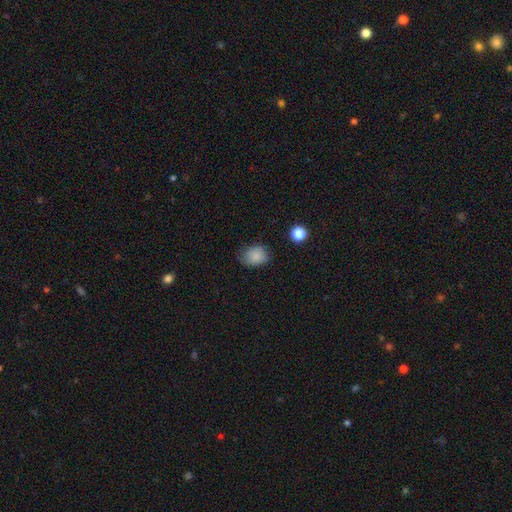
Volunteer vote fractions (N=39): Smooth or featured: smooth — 90% (featured or disk — 5%)
How rounded: in between — 54% (round — 46%)
Merging: none — 73% (minor disturbance — 22%)